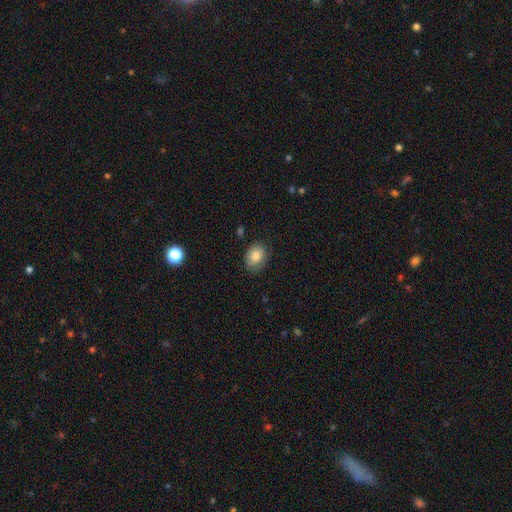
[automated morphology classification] type=smooth (82%); roundness=in between (59%); merging=none (78%).